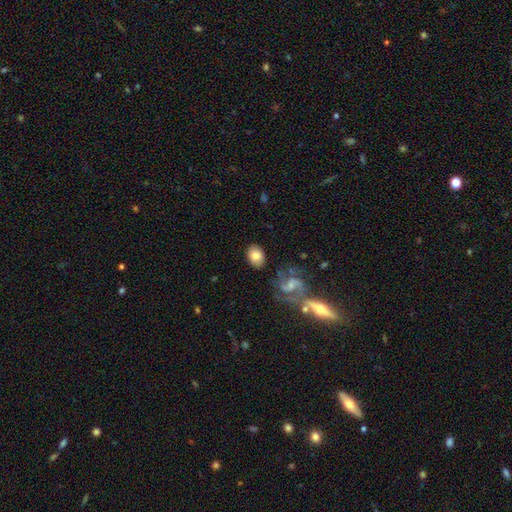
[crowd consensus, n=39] Smooth or featured: smooth — 79% (featured or disk — 13%)
How rounded: in between — 81% (round — 19%)
Merging: none — 89% (minor disturbance — 8%)